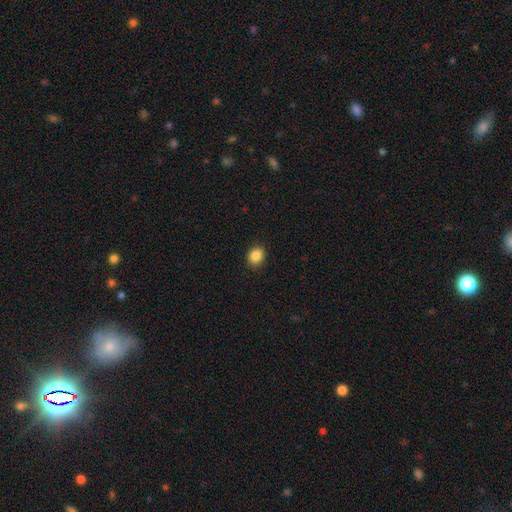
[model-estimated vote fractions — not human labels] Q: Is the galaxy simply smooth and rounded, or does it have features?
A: smooth — 86%.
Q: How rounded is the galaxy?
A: round — 53%.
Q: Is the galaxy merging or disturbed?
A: none — 90%.